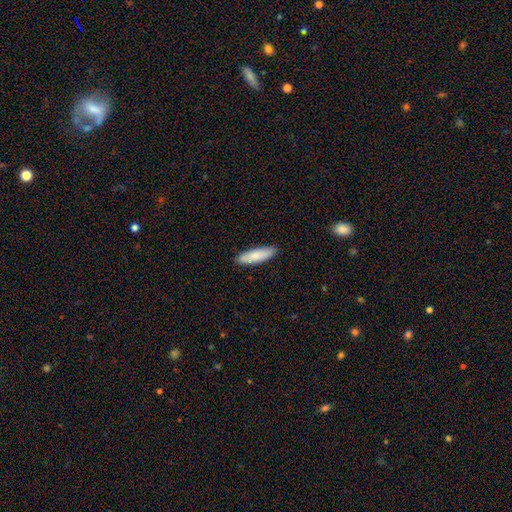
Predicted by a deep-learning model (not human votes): smooth 81%, featured or disk 13%, star or artifact 5%. Down the decision tree: how rounded — cigar-shaped (55%); merging — none (88%).